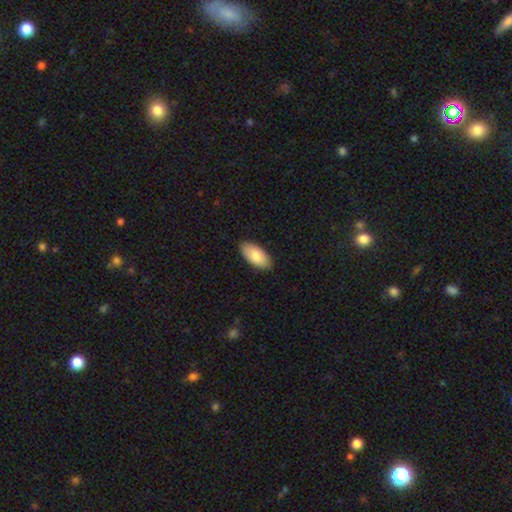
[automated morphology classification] Overall: smooth (82%). How rounded: in between (94%). Merging: none (88%).